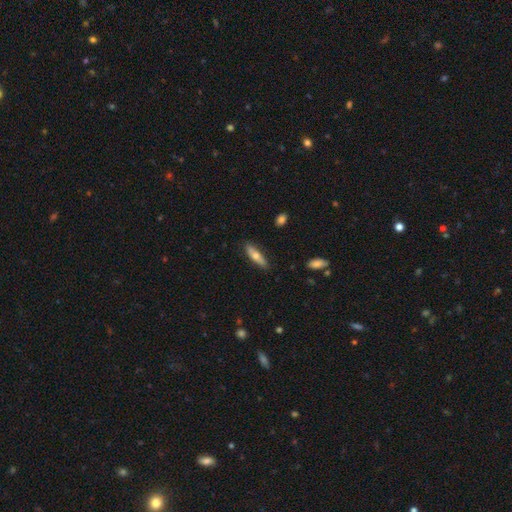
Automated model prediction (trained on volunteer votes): A smooth galaxy with no disk features (61%) that is cigar-shaped (65%). Merging: none (85%).